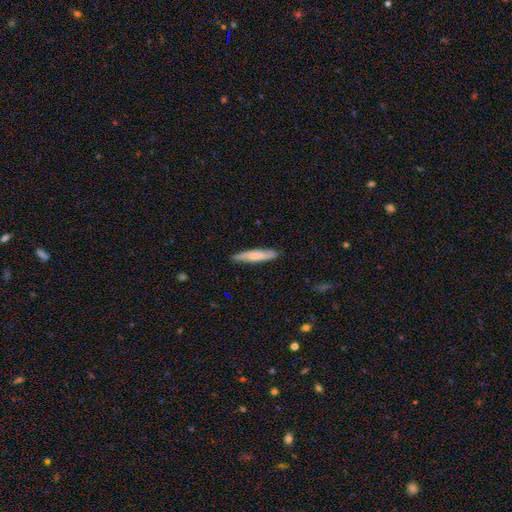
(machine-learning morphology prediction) Smooth or featured: smooth — 63% (featured or disk — 31%)
How rounded: cigar-shaped — 88% (in between — 10%)
Merging: none — 82% (minor disturbance — 14%)